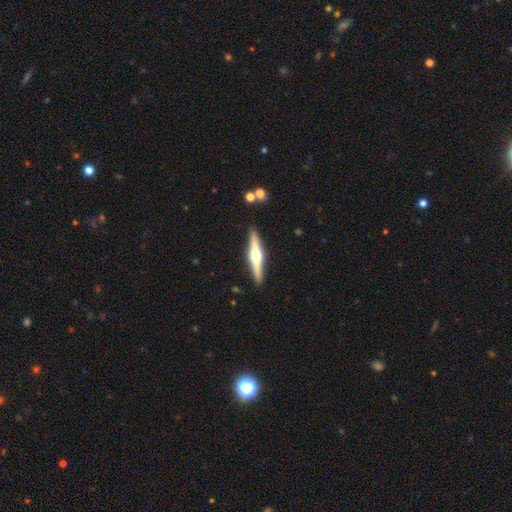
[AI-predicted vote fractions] Overall: featured or disk (74%). Edge-on disk: yes (98%). Edge-on bulge: rounded (95%). Merging: none (91%).